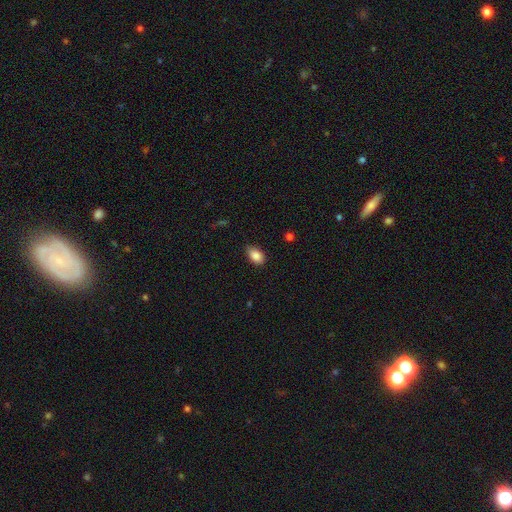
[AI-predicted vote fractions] Morphology: type=smooth (87%); roundness=in between (88%); merging=none (77%).